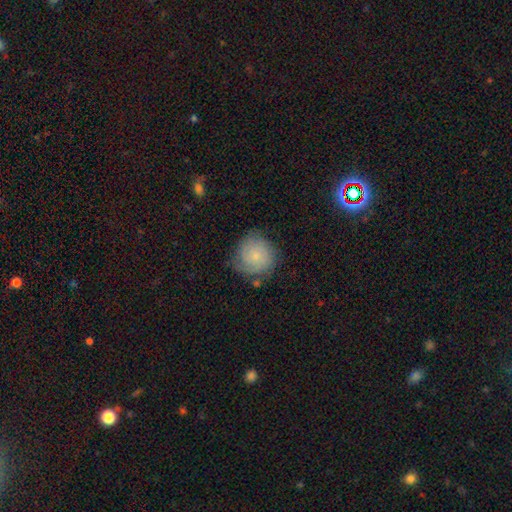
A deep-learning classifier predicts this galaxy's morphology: smooth-or-featured: smooth: 52% | featured or disk: 41% | star or artifact: 8%
  how-rounded: round: 89% | in between: 10% | cigar-shaped: 1%
  merging: none: 68% | minor disturbance: 22% | major disturbance: 7% | merger: 3%